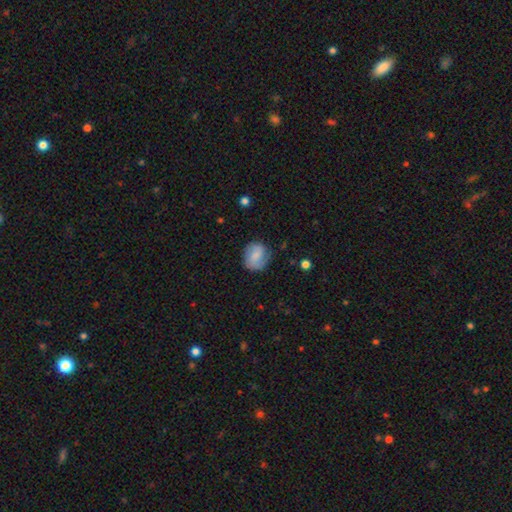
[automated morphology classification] Overall: smooth (61%; featured or disk 32%). How rounded: round (75%). Merging: none (68%).